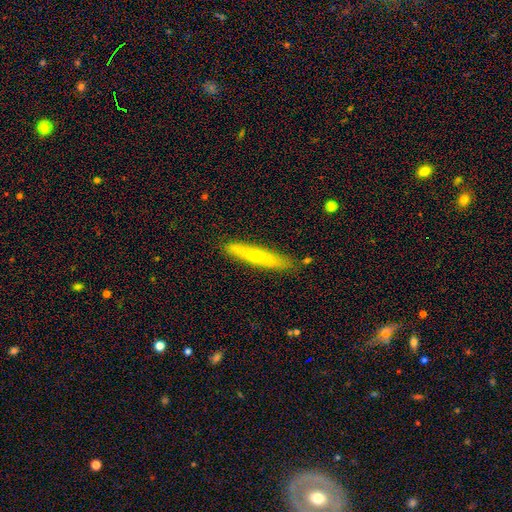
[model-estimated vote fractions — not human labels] This is possibly a smooth galaxy (47%, tied with featured or disk). Merging: clearly none (83%).